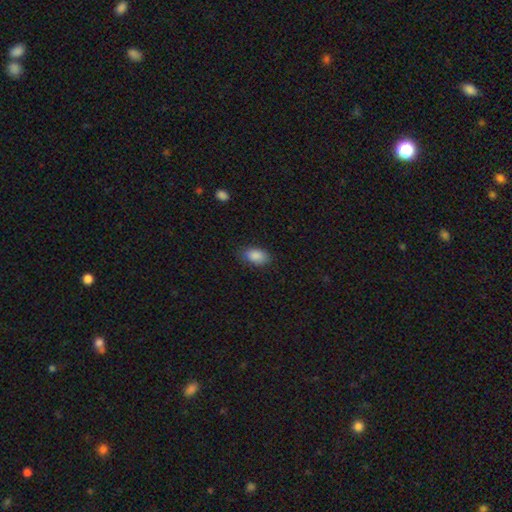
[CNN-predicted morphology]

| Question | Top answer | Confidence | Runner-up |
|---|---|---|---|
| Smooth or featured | smooth | 88% | star or artifact (7%) |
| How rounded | in between | 91% | round (7%) |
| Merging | none | 83% | minor disturbance (13%) |